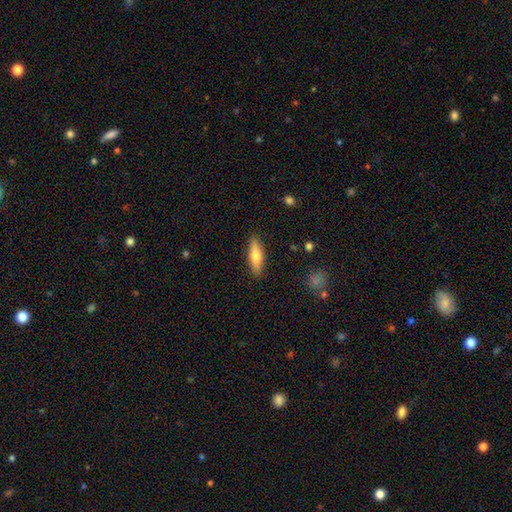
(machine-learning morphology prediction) smooth 69%, featured or disk 25%, star or artifact 6%. Down the decision tree: how rounded — cigar-shaped (51%); merging — none (88%).